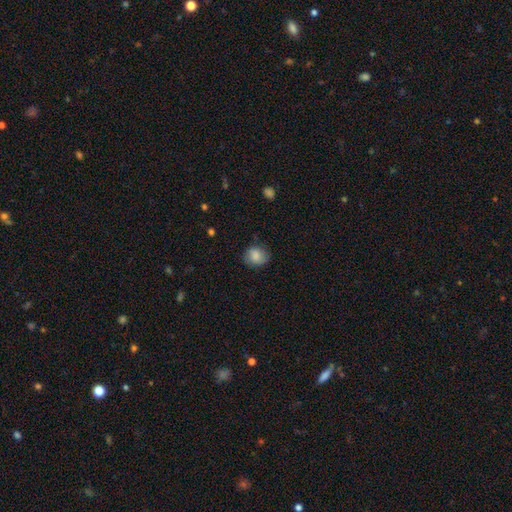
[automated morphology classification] smooth 82%, featured or disk 10%, star or artifact 8%. Down the decision tree: how rounded — round (71%); merging — none (76%).